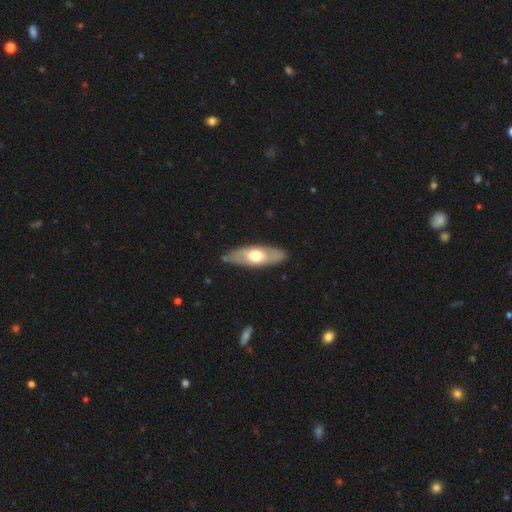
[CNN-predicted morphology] The model was most divided on "smooth or featured": smooth: 50%, featured or disk: 46%, star or artifact: 5%. More confident: merging — none (83%).